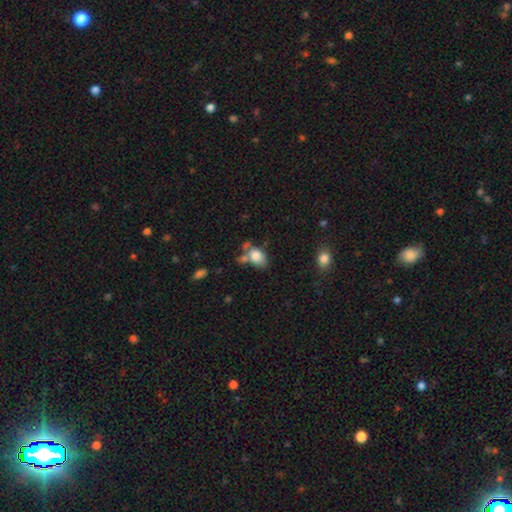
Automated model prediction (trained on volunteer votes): Smooth or featured? Predicted: smooth (p=0.79). How rounded? Predicted: in between (p=0.84). Merging? Predicted: none (p=0.43).